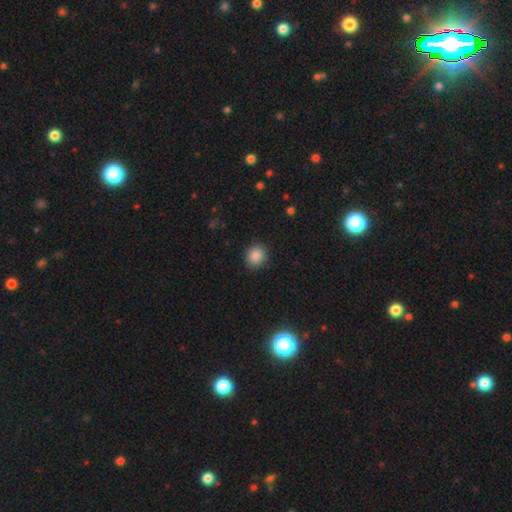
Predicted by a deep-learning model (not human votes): smooth_or_featured: smooth (p=0.87) [alt: star or artifact p=0.10]
how_rounded: round (p=0.82) [alt: in between p=0.17]
merging: none (p=0.90) [alt: minor disturbance p=0.07]